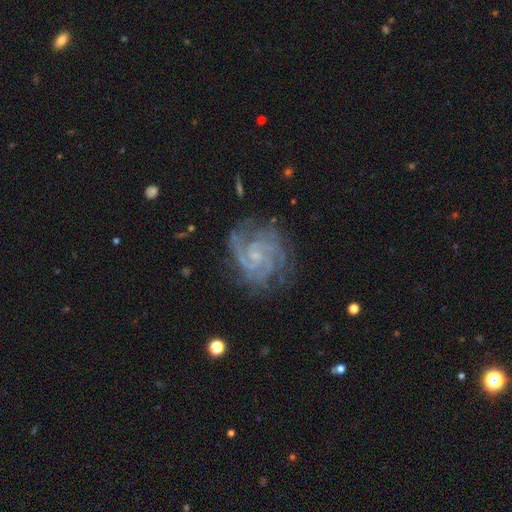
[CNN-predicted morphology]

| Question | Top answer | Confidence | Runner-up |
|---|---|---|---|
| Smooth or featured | featured or disk | 89% | star or artifact (7%) |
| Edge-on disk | no | 98% | yes (2%) |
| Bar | no | 59% | weak (33%) |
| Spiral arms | yes | 98% | no (2%) |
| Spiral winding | tight | 68% | medium (29%) |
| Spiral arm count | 2 | 33% | 3 (27%) |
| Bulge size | small | 76% | moderate (13%) |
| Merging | none | 77% | minor disturbance (16%) |